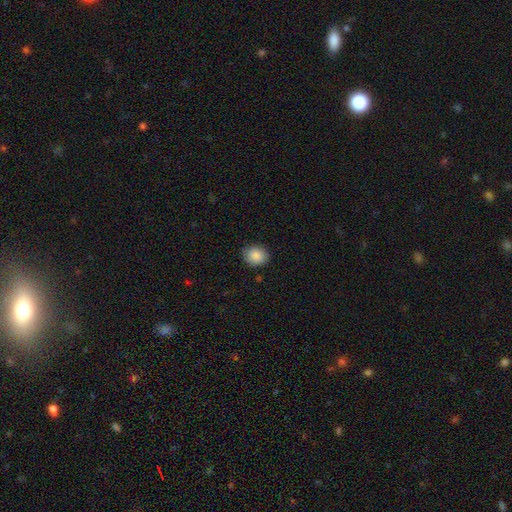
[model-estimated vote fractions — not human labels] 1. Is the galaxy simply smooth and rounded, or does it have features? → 88% smooth, 8% star or artifact, 4% featured or disk.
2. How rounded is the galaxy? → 73% round, 26% in between, 1% cigar-shaped.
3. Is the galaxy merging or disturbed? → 86% none, 11% minor disturbance, 2% major disturbance, 1% merger.